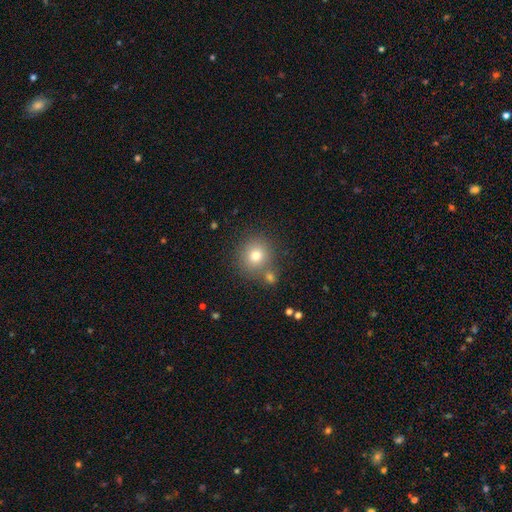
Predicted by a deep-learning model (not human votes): A smooth galaxy with no disk features (77%) that is round (87%). Merging: none (72%).